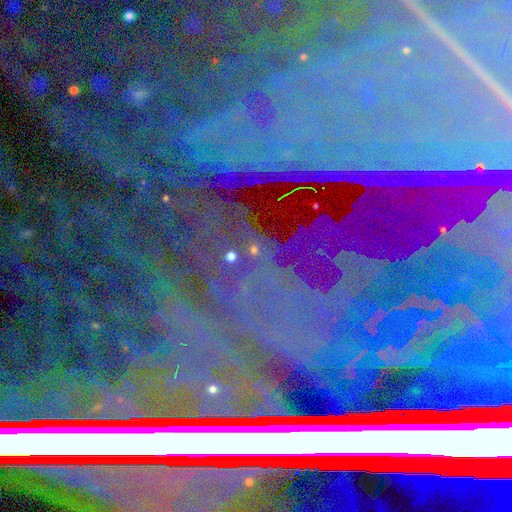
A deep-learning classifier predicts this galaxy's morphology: star or artifact 85%, featured or disk 9%, smooth 6%.